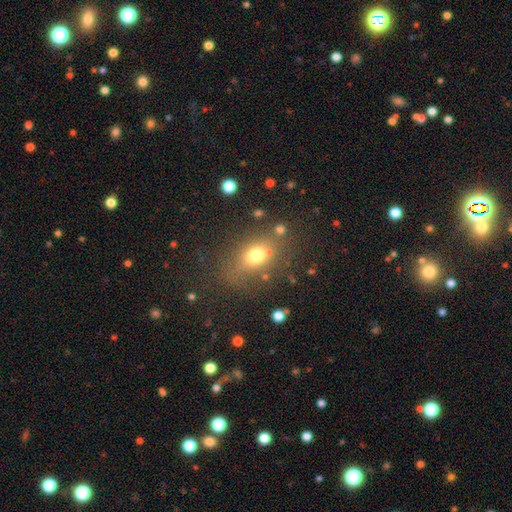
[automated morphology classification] type=smooth (71%); roundness=in between (63%); merging=none (67%).